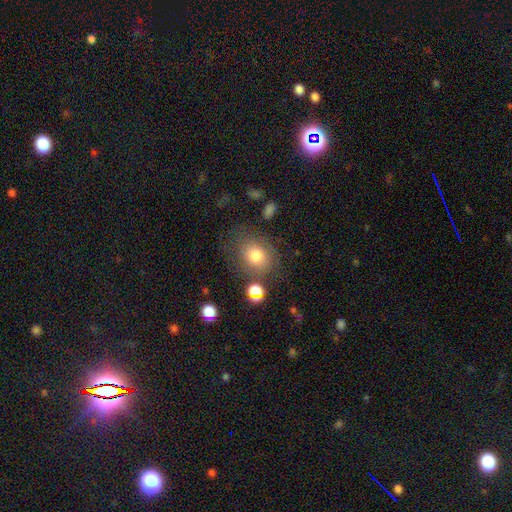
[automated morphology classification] Smooth or featured?
  - smooth: 70% *
  - featured or disk: 17%
  - star or artifact: 13%
How rounded?
  - round: 56% *
  - in between: 43%
  - cigar-shaped: 1%
Merging?
  - none: 66% *
  - minor disturbance: 18%
  - major disturbance: 11%
  - merger: 6%